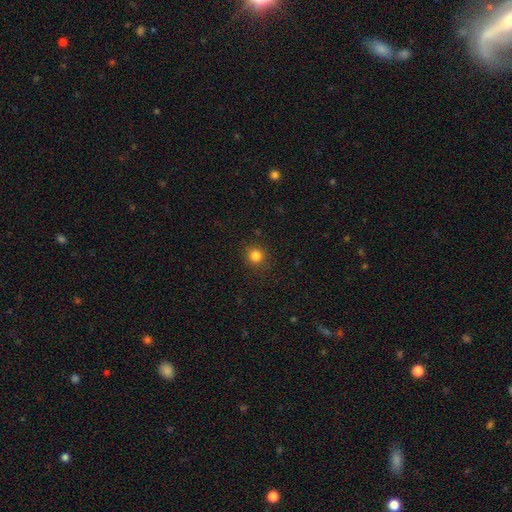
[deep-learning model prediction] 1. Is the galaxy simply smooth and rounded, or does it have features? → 82% smooth, 13% star or artifact, 5% featured or disk.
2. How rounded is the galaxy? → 89% round, 10% in between, 1% cigar-shaped.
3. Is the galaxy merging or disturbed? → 89% none, 7% minor disturbance, 2% major disturbance, 1% merger.